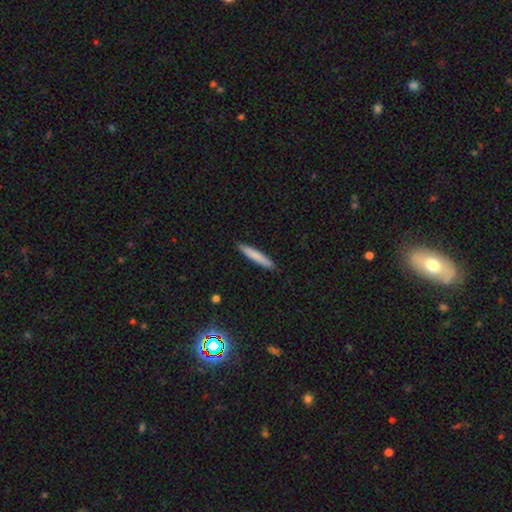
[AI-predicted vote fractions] Smooth or featured? Predicted: smooth (p=0.79). How rounded? Predicted: cigar-shaped (p=0.94). Merging? Predicted: none (p=0.91).